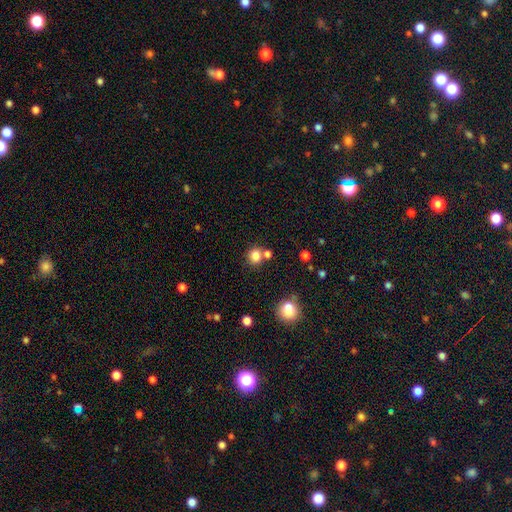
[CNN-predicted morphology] Q: Smooth or featured?
A: smooth (82%); runner-up: star or artifact (12%)
Q: How rounded?
A: round (85%); runner-up: in between (14%)
Q: Merging?
A: none (65%); runner-up: merger (23%)